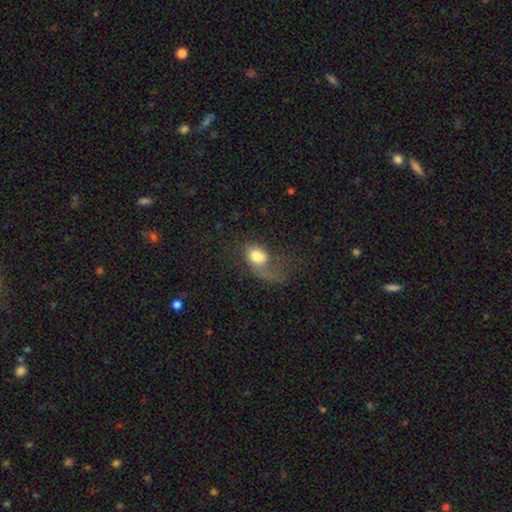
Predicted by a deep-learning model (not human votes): Overall: smooth (66%). How rounded: in between (72%). Merging: major disturbance (57%; none 20%).